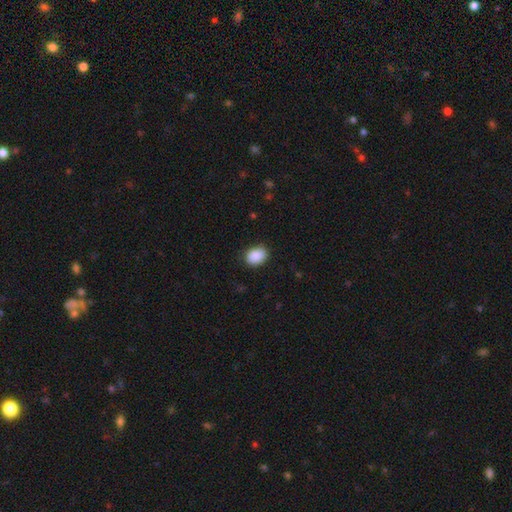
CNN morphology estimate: This appears to be a smooth galaxy with no disk features (89%) that is in between round and cigar-shaped (64%). Merging: none (84%).